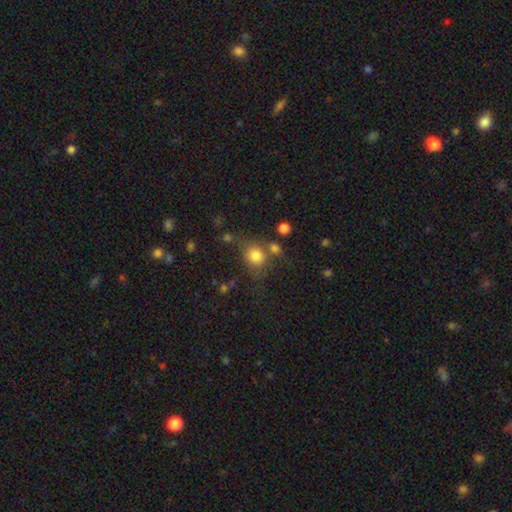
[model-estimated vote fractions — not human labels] A smooth galaxy with no disk features (79%) that is round (70%). Merging: none (55%).